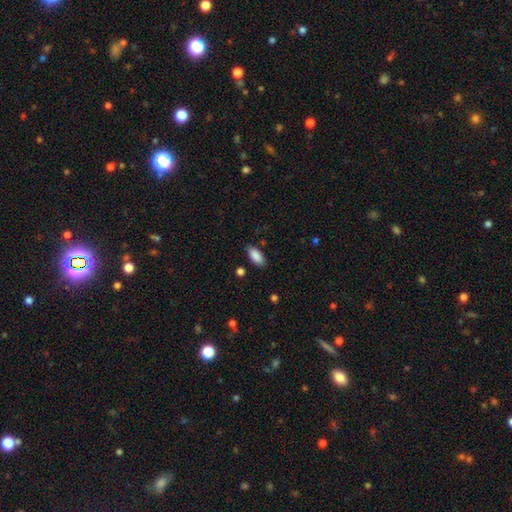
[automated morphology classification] Smooth or featured?
  - smooth: 89% *
  - star or artifact: 7%
  - featured or disk: 4%
How rounded?
  - in between: 89% *
  - cigar-shaped: 9%
  - round: 2%
Merging?
  - none: 84% *
  - minor disturbance: 12%
  - major disturbance: 3%
  - merger: 2%